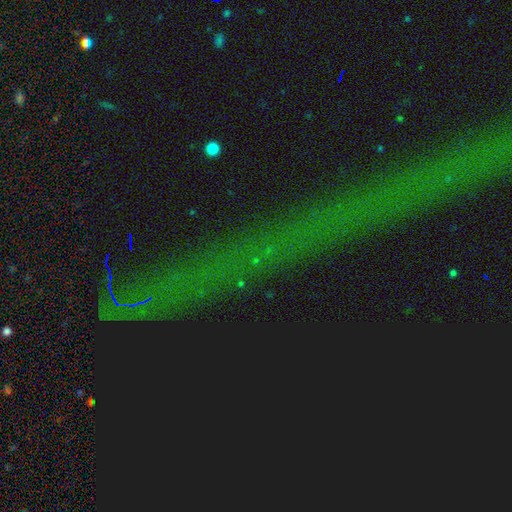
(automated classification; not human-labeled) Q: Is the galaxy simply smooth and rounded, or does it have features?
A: star or artifact — 80%.